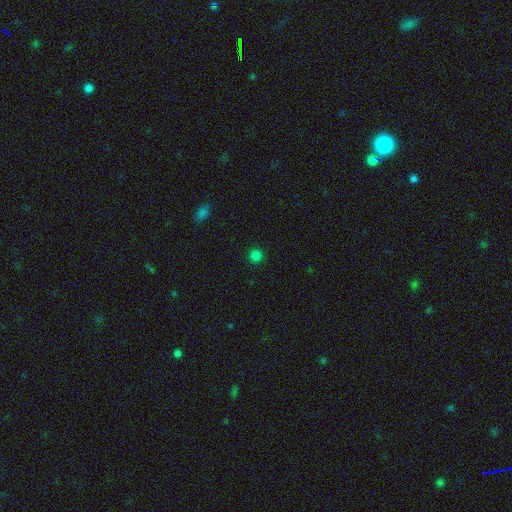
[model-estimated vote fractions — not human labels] A smooth galaxy with no disk features (80%) that is round (95%).

Vote fractions:
- Smooth or featured? smooth: 80% / star or artifact: 17% / featured or disk: 3%
- How rounded? round: 95% / in between: 4% / cigar-shaped: 1%
- Merging? none: 92% / minor disturbance: 5% / major disturbance: 2% / merger: 1%